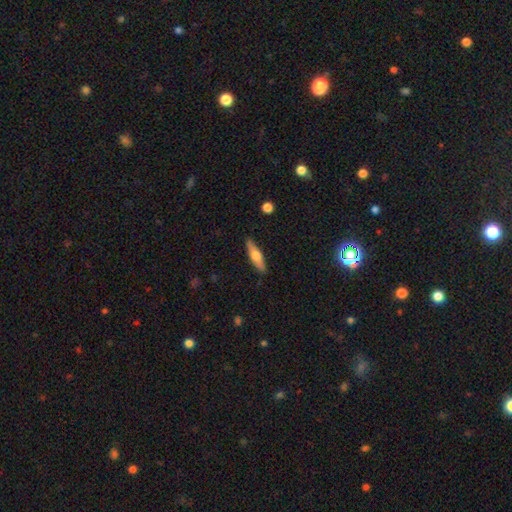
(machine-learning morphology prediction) The model was most divided on "smooth or featured": smooth: 50%, featured or disk: 45%, star or artifact: 6%. More confident: merging — none (88%).